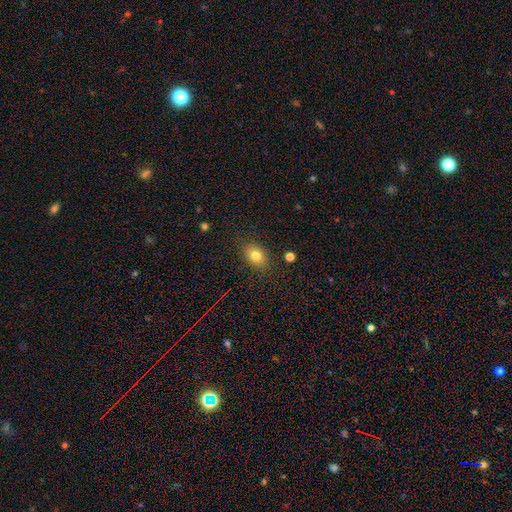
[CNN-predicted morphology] This is likely a smooth galaxy (79%). How rounded: likely in between (70%). Merging: clearly none (84%).